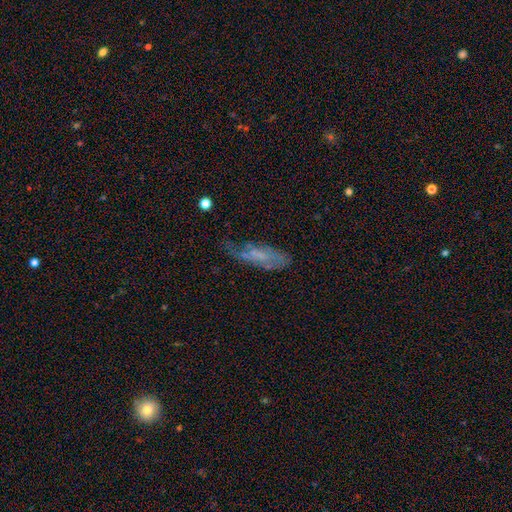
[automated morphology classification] The model was most divided on "smooth or featured": featured or disk: 49%, smooth: 34%, star or artifact: 17%. More confident: merging — none (54%).